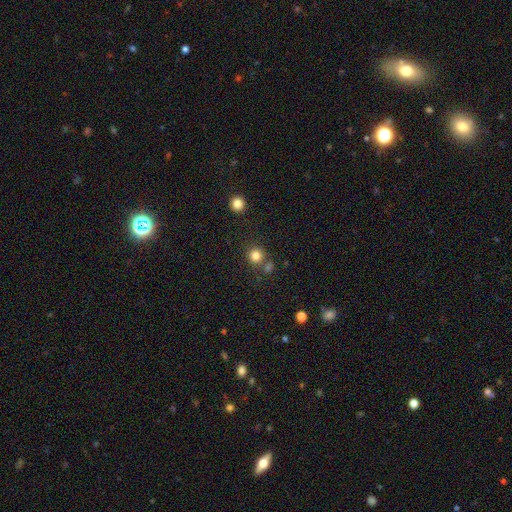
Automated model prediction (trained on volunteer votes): smooth-or-featured: smooth: 82% | star or artifact: 13% | featured or disk: 5%
  how-rounded: round: 91% | in between: 8% | cigar-shaped: 1%
  merging: none: 73% | merger: 15% | minor disturbance: 9% | major disturbance: 3%